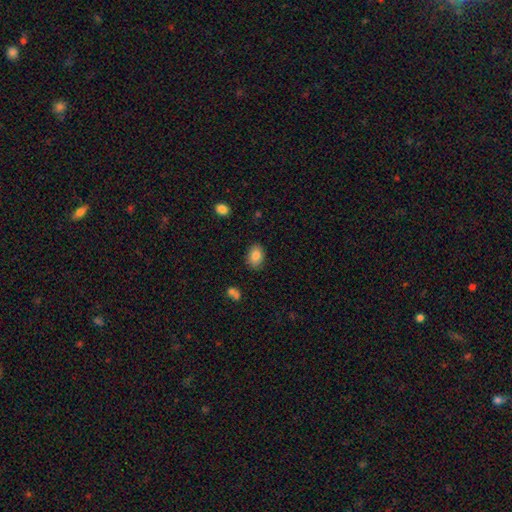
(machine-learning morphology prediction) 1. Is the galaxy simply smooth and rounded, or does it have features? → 85% smooth, 8% star or artifact, 7% featured or disk.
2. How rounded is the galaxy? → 82% in between, 17% round, 1% cigar-shaped.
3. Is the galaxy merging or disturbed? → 85% none, 10% minor disturbance, 3% major disturbance, 2% merger.